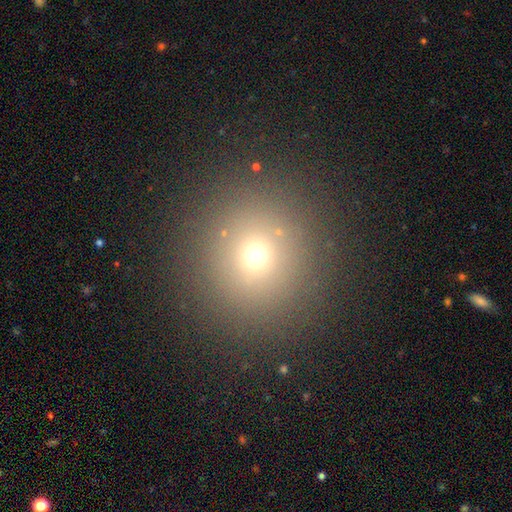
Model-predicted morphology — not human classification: type=smooth (67%); roundness=round (93%); merging=none (89%).